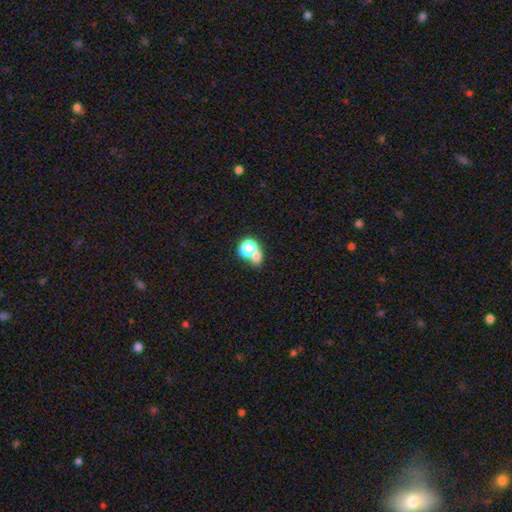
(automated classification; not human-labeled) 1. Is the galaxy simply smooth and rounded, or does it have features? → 67% smooth, 21% star or artifact, 12% featured or disk.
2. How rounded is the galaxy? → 65% round, 34% in between, 1% cigar-shaped.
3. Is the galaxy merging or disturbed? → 48% merger, 40% none, 7% minor disturbance, 5% major disturbance.